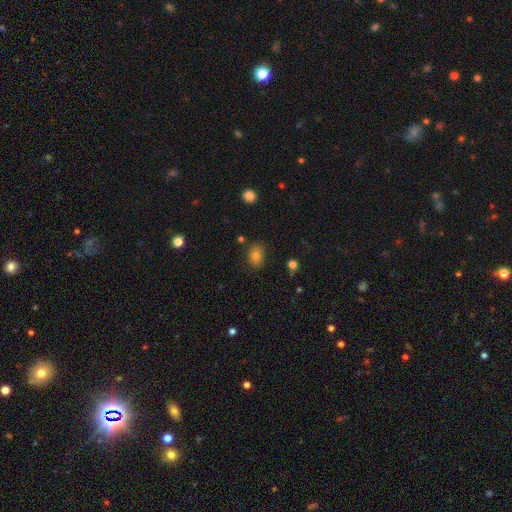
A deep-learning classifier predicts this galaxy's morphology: Q: Smooth or featured?
A: smooth (81%); runner-up: star or artifact (12%)
Q: How rounded?
A: in between (65%); runner-up: round (34%)
Q: Merging?
A: none (82%); runner-up: minor disturbance (12%)